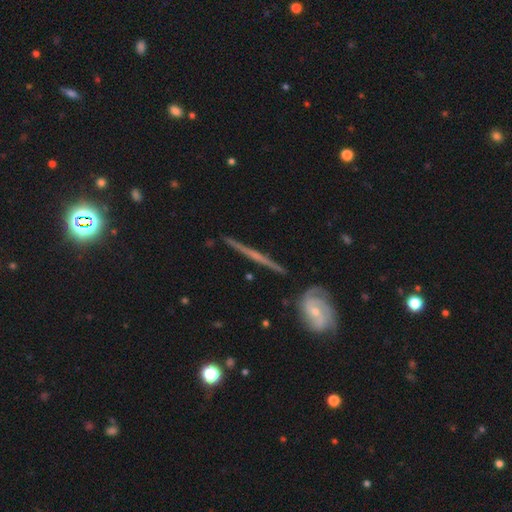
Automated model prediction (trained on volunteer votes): Smooth or featured?
  - featured or disk: 77% *
  - smooth: 17%
  - star or artifact: 6%
Edge-on disk?
  - yes: 95% *
  - no: 5%
Edge-on bulge?
  - none: 63% *
  - rounded: 30%
  - boxy: 8%
Merging?
  - none: 88% *
  - minor disturbance: 8%
  - merger: 2%
  - major disturbance: 2%